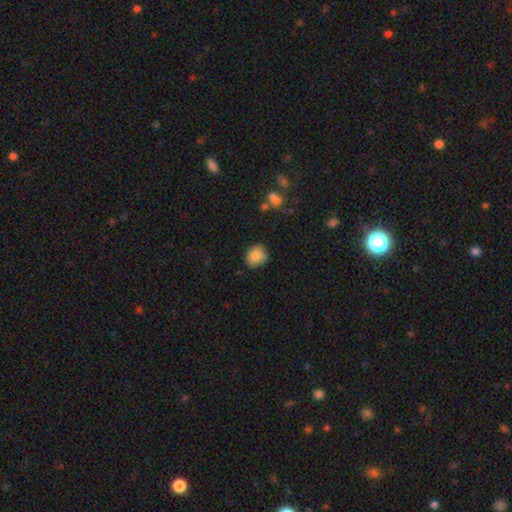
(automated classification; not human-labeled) smooth 84%, star or artifact 9%, featured or disk 7%. Down the decision tree: how rounded — round (72%); merging — none (80%).